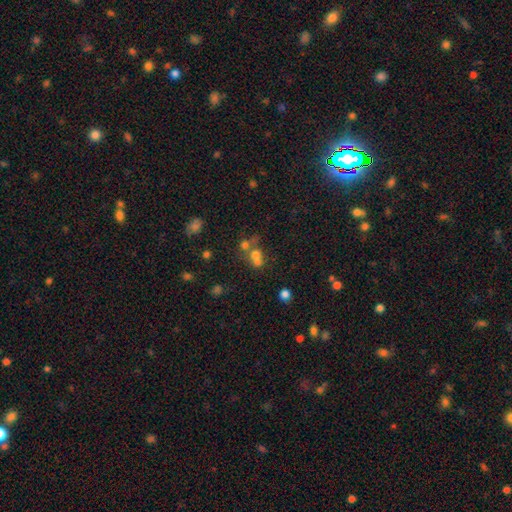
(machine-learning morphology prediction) smooth_or_featured: smooth (p=0.62) [alt: star or artifact p=0.19]
how_rounded: round (p=0.74) [alt: in between p=0.25]
merging: merger (p=0.57) [alt: none p=0.30]